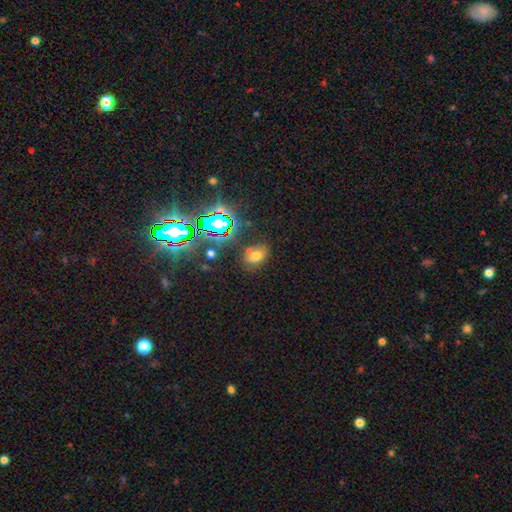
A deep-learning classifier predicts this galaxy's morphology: Q: Smooth or featured?
A: smooth (61%); runner-up: star or artifact (27%)
Q: How rounded?
A: in between (78%); runner-up: round (20%)
Q: Merging?
A: none (65%); runner-up: minor disturbance (15%)